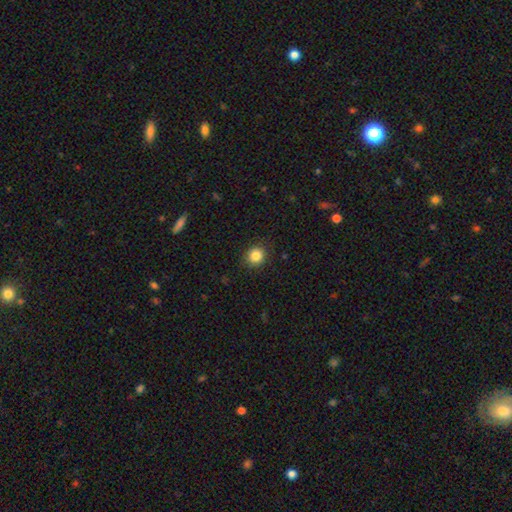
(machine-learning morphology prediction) Smooth or featured? Predicted: smooth (p=0.85). How rounded? Predicted: round (p=0.88). Merging? Predicted: none (p=0.89).